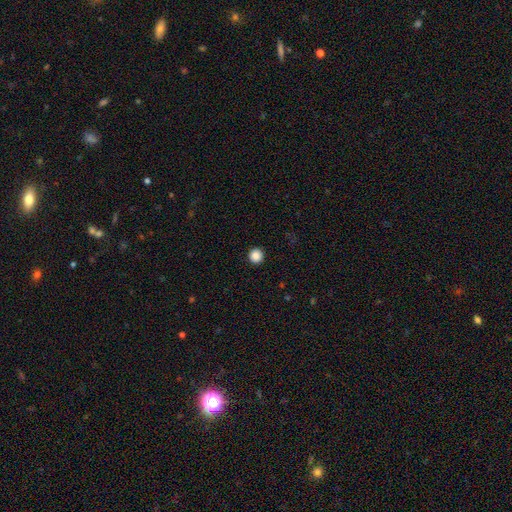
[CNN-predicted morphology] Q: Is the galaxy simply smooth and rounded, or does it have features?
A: smooth — 88%.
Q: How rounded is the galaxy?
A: round — 95%.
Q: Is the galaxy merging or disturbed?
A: none — 94%.